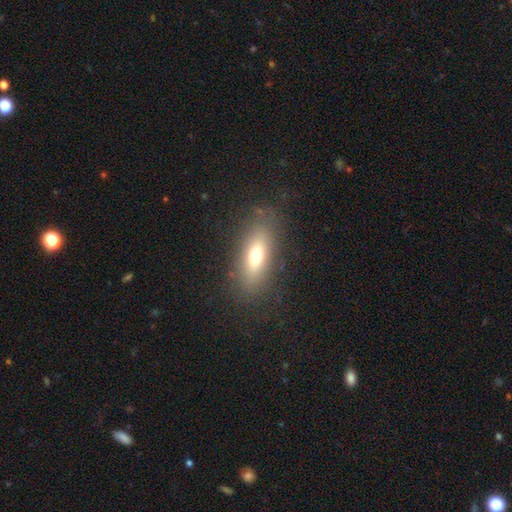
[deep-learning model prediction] Overall: smooth (66%). How rounded: in between (71%). Merging: none (80%).